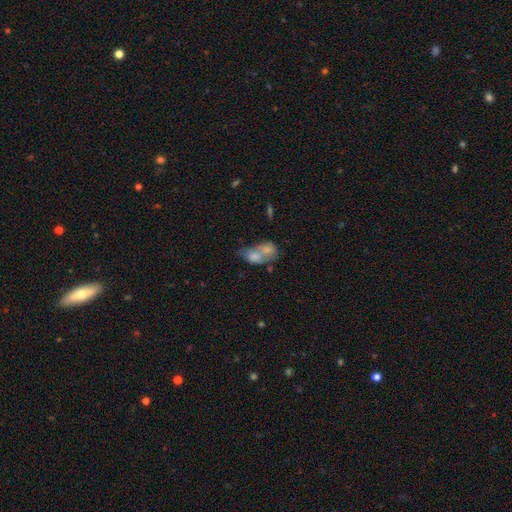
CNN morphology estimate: type=smooth (70%); roundness=in between (72%); merging=merger (73%).